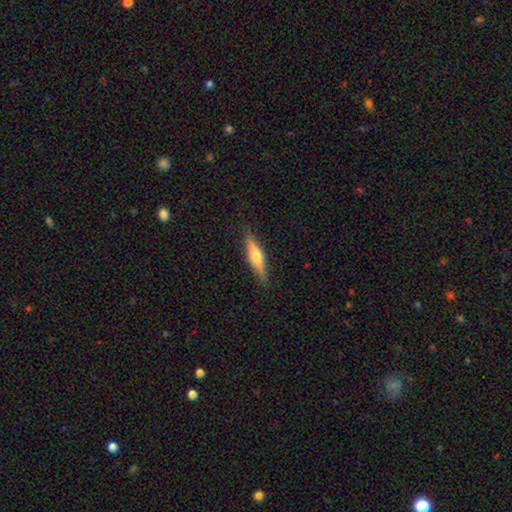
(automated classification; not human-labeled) This is possibly a featured or disk galaxy (53%). It is clearly viewed edge-on (94%). Edge-on bulge: clearly rounded (86%). Merging: clearly none (87%).